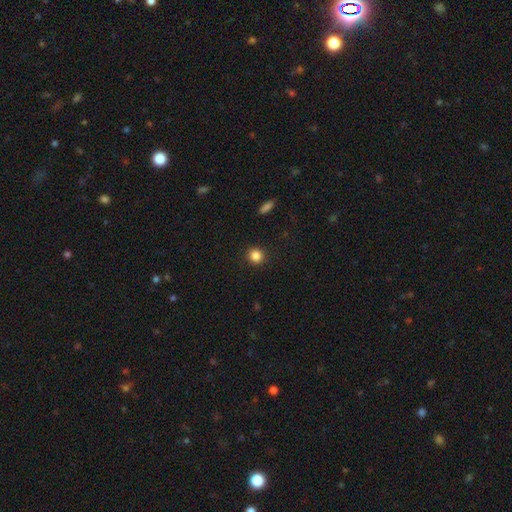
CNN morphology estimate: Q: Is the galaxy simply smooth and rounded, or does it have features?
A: smooth — 85%.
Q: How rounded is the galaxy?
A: round — 91%.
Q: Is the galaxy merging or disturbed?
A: none — 92%.